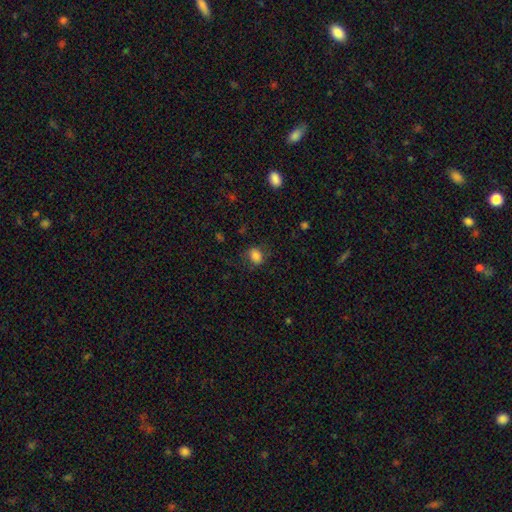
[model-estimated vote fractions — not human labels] A smooth galaxy with no disk features (84%) that is in between round and cigar-shaped (57%). Merging: none (76%).